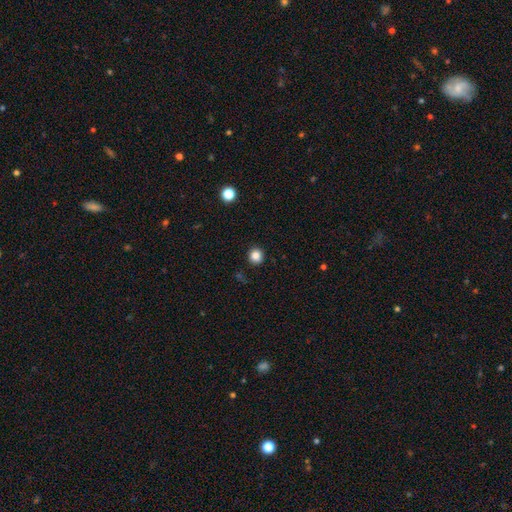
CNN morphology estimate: Smooth or featured?
  - smooth: 85% *
  - star or artifact: 11%
  - featured or disk: 4%
How rounded?
  - round: 89% *
  - in between: 10%
  - cigar-shaped: 1%
Merging?
  - none: 91% *
  - minor disturbance: 6%
  - major disturbance: 2%
  - merger: 1%